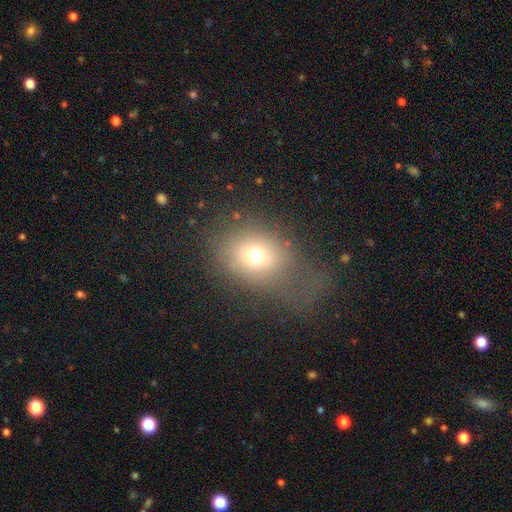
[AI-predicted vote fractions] smooth-or-featured: smooth: 67% | star or artifact: 17% | featured or disk: 16%
  how-rounded: round: 52% | in between: 47% | cigar-shaped: 1%
  merging: none: 43% | major disturbance: 33% | minor disturbance: 20% | merger: 4%